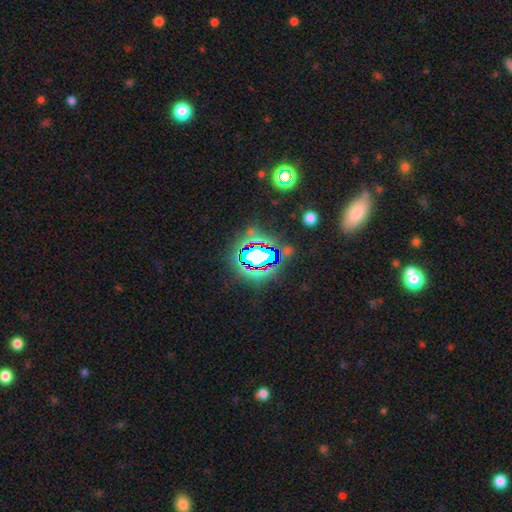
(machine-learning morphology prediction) star or artifact 77%, smooth 14%, featured or disk 10%.